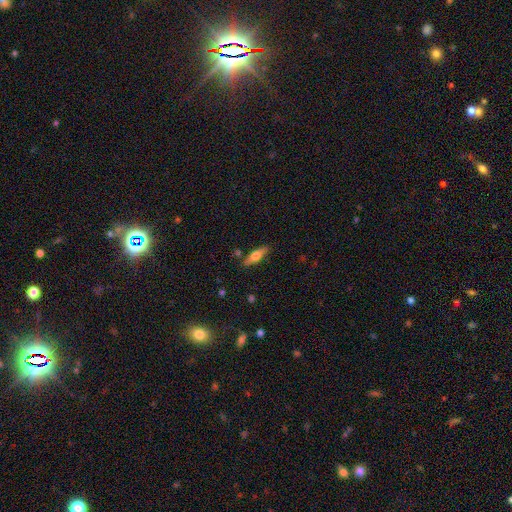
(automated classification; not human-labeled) Overall: smooth (49%; featured or disk 44%). Merging: none (82%).